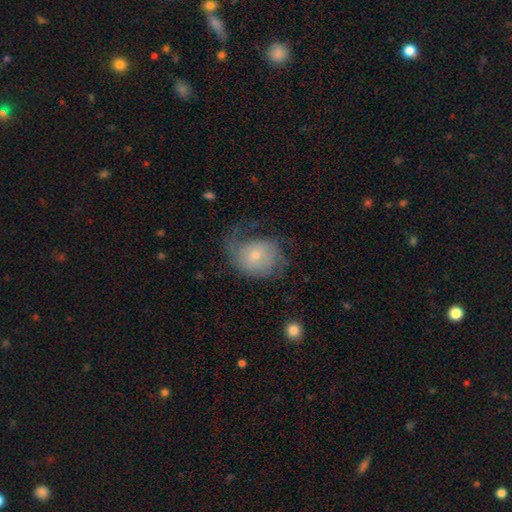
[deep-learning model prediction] This is possibly a featured or disk galaxy (56%). It is clearly not viewed edge-on (97%). Bar: likely no (70%). Spiral arm pattern: clearly yes (82%). Central bulge: likely small (62%). Merging: marginally none (43%).